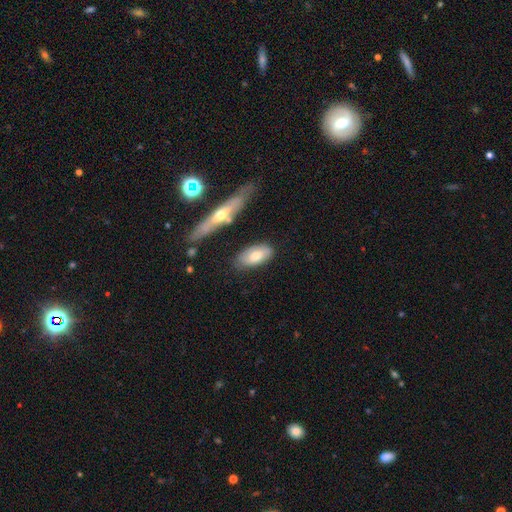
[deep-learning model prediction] smooth-or-featured: smooth: 66% | featured or disk: 29% | star or artifact: 6%
  how-rounded: in between: 88% | cigar-shaped: 9% | round: 3%
  merging: none: 69% | minor disturbance: 20% | merger: 6% | major disturbance: 5%